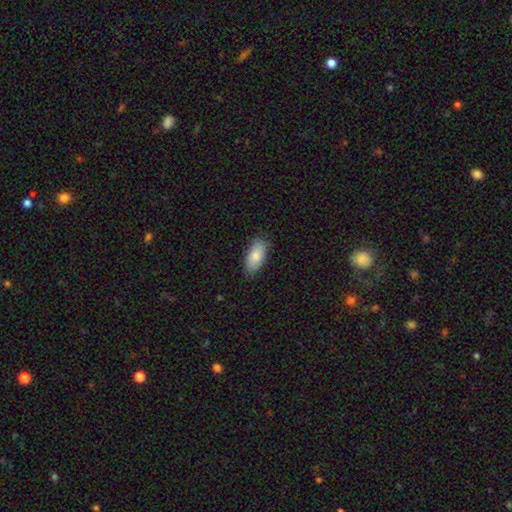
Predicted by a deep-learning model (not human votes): Smooth or featured? Predicted: smooth (p=0.84). How rounded? Predicted: in between (p=0.91). Merging? Predicted: none (p=0.82).